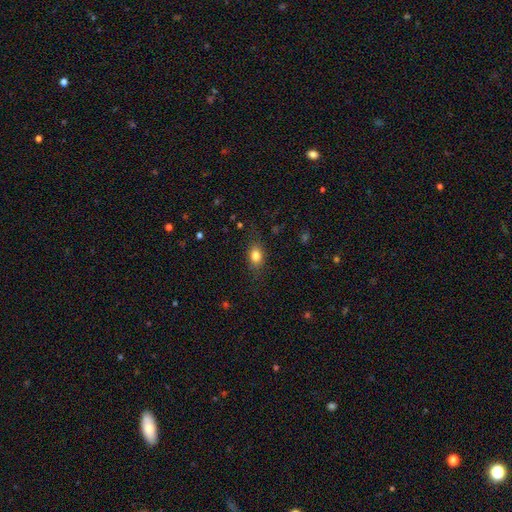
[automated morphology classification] Overall: smooth (81%). How rounded: in between (74%). Merging: none (78%).